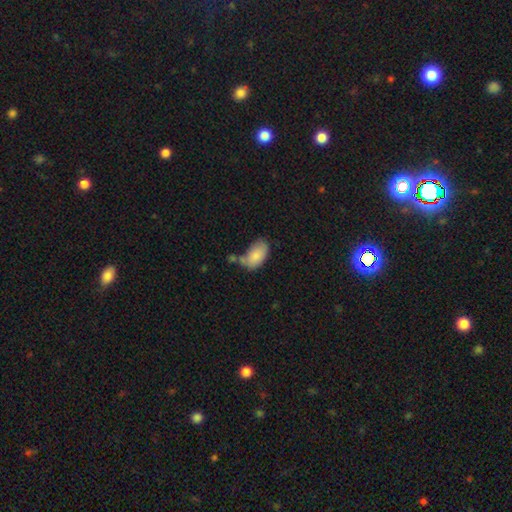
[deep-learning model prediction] This is clearly a smooth galaxy (83%). How rounded: clearly in between (93%). Merging: marginally none (39%).